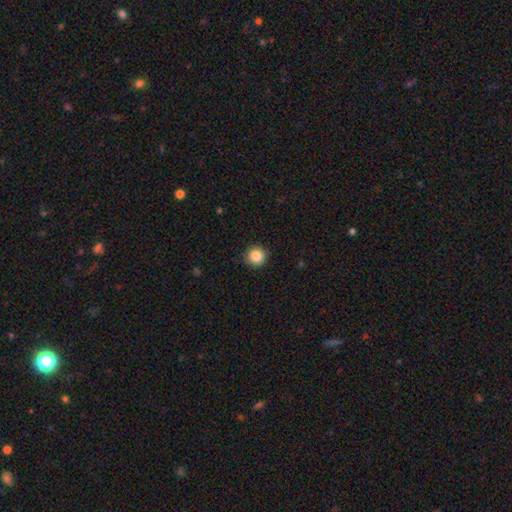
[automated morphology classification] Q: Smooth or featured?
A: smooth (85%); runner-up: star or artifact (10%)
Q: How rounded?
A: round (93%); runner-up: in between (6%)
Q: Merging?
A: none (90%); runner-up: minor disturbance (7%)